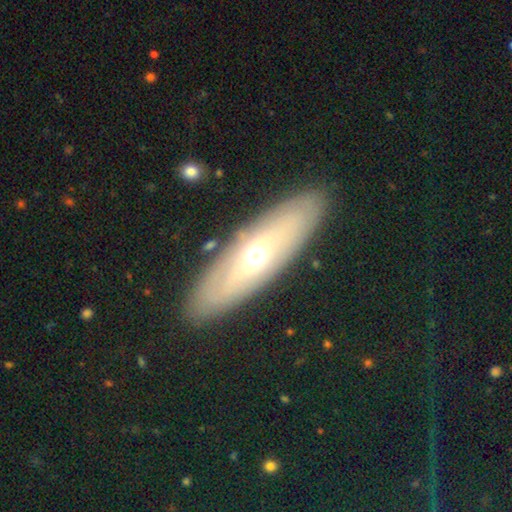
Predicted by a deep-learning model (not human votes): Smooth or featured? Predicted: featured or disk (p=0.57). Edge-on disk? Predicted: no (p=0.51). Merging? Predicted: none (p=0.89).